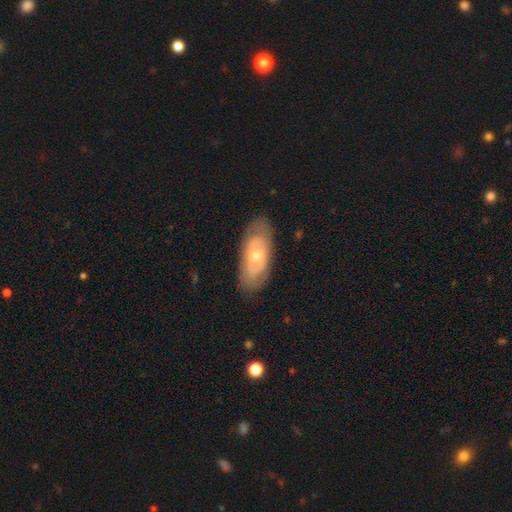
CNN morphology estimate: Q: Smooth or featured?
A: featured or disk (64%); runner-up: smooth (30%)
Q: Edge-on disk?
A: no (88%); runner-up: yes (12%)
Q: Bar?
A: no (67%); runner-up: weak (27%)
Q: Spiral arms?
A: yes (56%); runner-up: no (44%)
Q: Bulge size?
A: moderate (53%); runner-up: small (42%)
Q: Merging?
A: none (80%); runner-up: minor disturbance (15%)